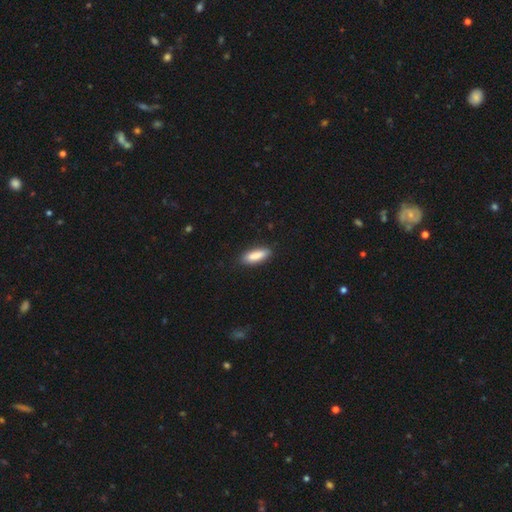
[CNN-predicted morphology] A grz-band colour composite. It shows a smooth galaxy with no disk features (87%) that is in between round and cigar-shaped (57%). Merging: none (87%).